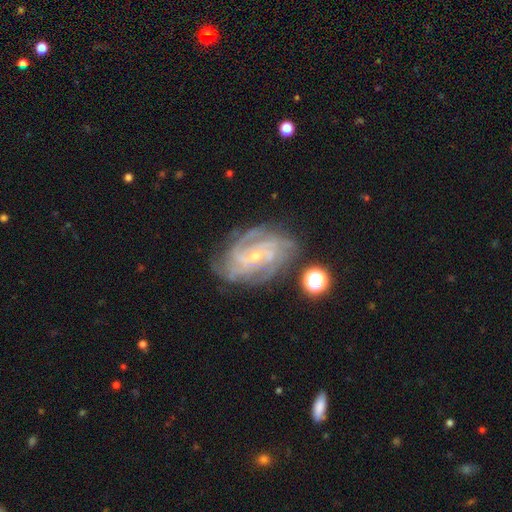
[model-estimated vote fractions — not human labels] This is clearly a featured or disk galaxy (86%). It is clearly not viewed edge-on (96%). Bar: possibly no (57%). Spiral arm pattern: clearly yes (96%). Spiral arm count: marginally can't tell (28%). Spiral winding: likely tight (63%). Central bulge: likely small (76%). Merging: likely none (73%).